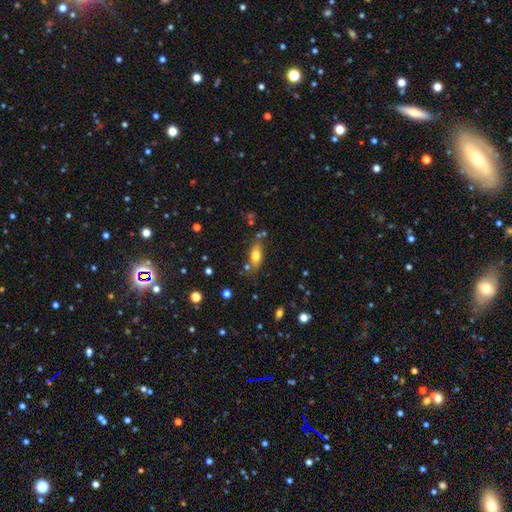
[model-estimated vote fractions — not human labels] A smooth galaxy with no disk features (72%) that is in between round and cigar-shaped (79%). Merging: none (72%).